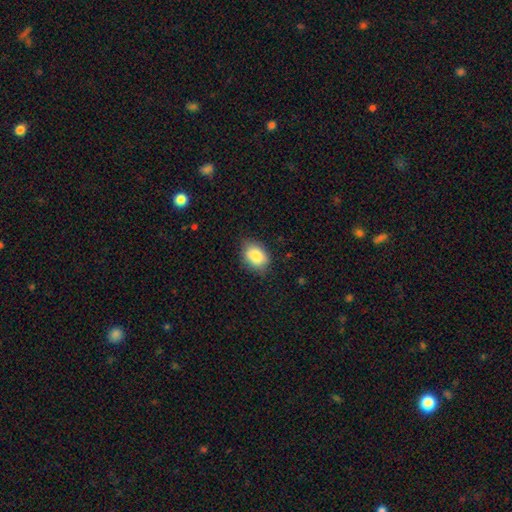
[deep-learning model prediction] This appears to be a smooth galaxy with no disk features (86%) that is in between round and cigar-shaped (74%). Merging: none (78%).